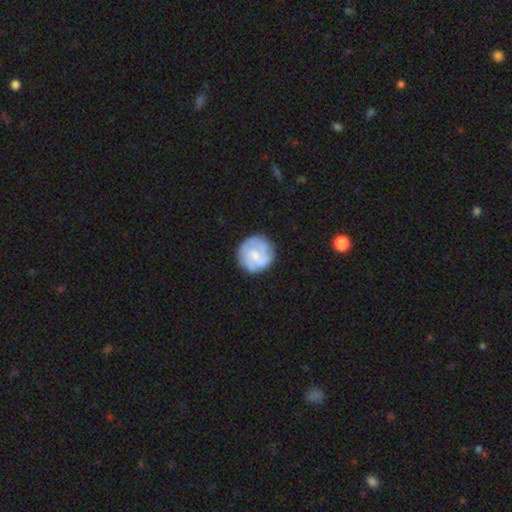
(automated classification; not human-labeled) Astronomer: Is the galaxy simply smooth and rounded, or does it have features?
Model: smooth — 50% (runner-up: featured or disk, 43%).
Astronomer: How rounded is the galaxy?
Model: round — 92%.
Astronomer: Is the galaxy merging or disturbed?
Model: none — 75%.